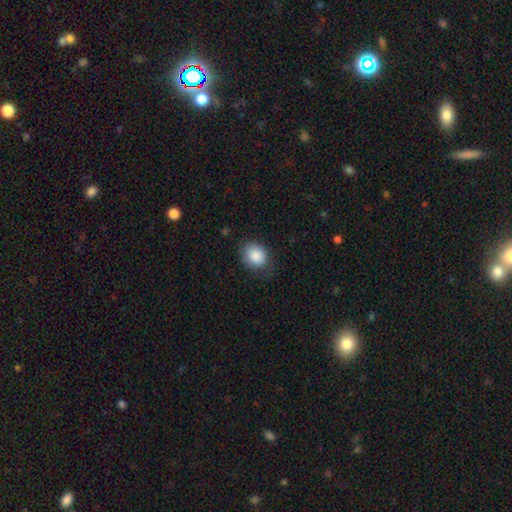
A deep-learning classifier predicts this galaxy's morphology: This appears to be a smooth galaxy with no disk features (86%) that is round (57%). Merging: none (69%).